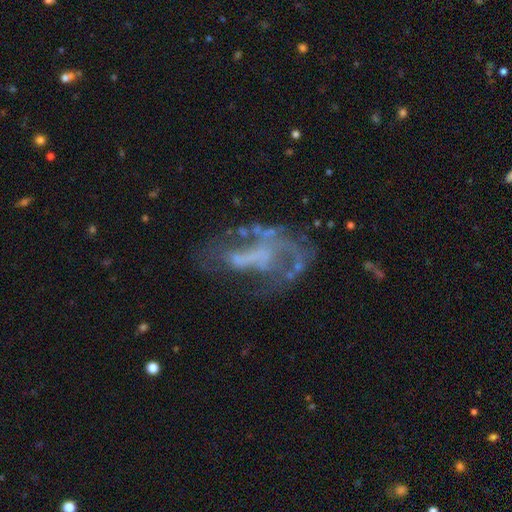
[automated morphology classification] A featured or disk galaxy (74%) with no bar (59%), spiral arms (56%) and no central bulge (63%).

Vote fractions:
- Smooth or featured? featured or disk: 74% / smooth: 14% / star or artifact: 12%
- Edge-on disk? no: 96% / yes: 4%
- Bar? no: 59% / weak: 28% / strong: 13%
- Spiral arms? yes: 56% / no: 44%
- Bulge size? none: 63% / small: 18% / moderate: 13% / large: 5% / dominant: 1%
- Merging? none: 38% / major disturbance: 37% / minor disturbance: 18% / merger: 7%